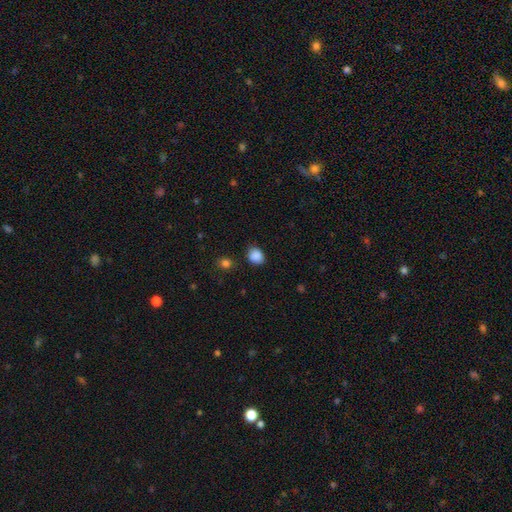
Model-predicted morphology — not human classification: A smooth galaxy with no disk features (88%) that is round (56%).

Vote fractions:
- Smooth or featured? smooth: 88% / star or artifact: 9% / featured or disk: 3%
- How rounded? round: 56% / in between: 43% / cigar-shaped: 1%
- Merging? none: 81% / minor disturbance: 14% / major disturbance: 3% / merger: 3%